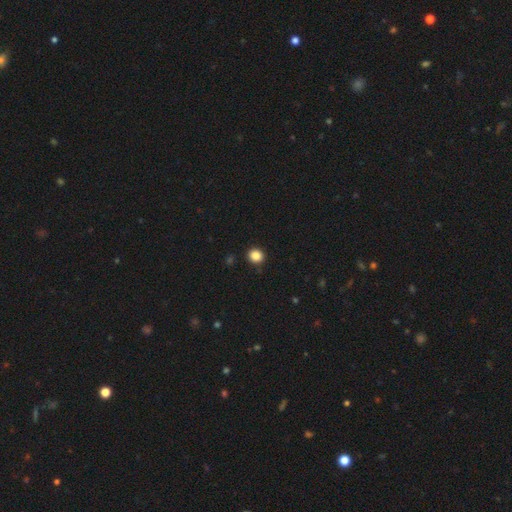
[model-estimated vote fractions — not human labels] This is clearly a smooth galaxy (87%). How rounded: clearly round (84%). Merging: clearly none (91%).